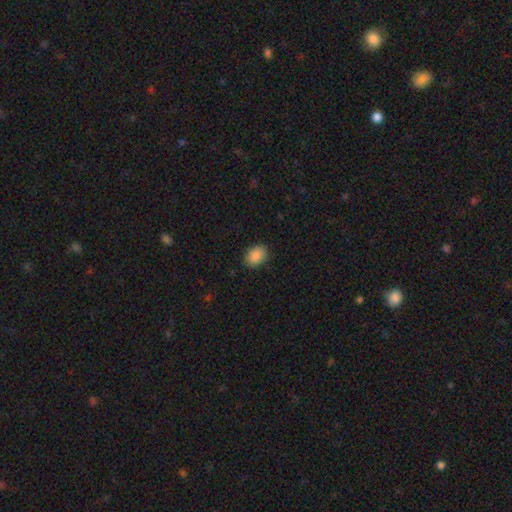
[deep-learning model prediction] Smooth or featured? Predicted: smooth (p=0.88). How rounded? Predicted: in between (p=0.73). Merging? Predicted: none (p=0.87).